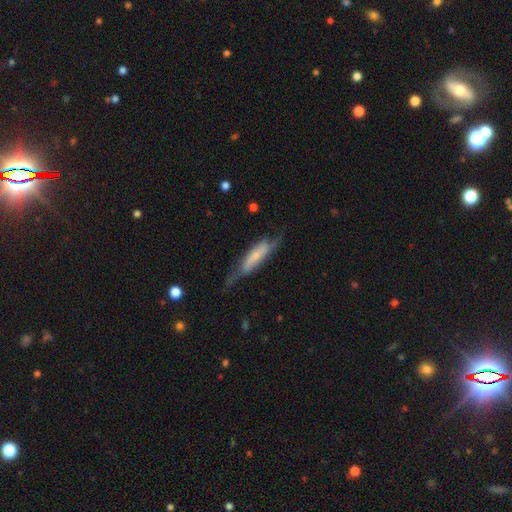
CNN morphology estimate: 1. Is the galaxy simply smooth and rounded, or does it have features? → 59% featured or disk, 34% smooth, 7% star or artifact.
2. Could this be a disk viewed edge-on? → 59% no, 41% yes.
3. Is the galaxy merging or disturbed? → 52% none, 28% minor disturbance, 18% major disturbance, 3% merger.